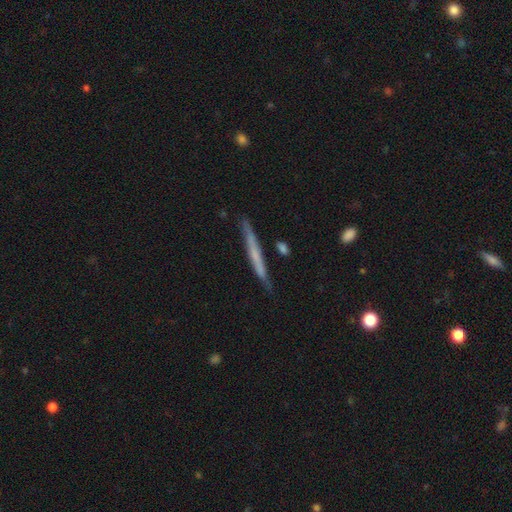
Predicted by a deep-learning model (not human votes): Q: Smooth or featured?
A: featured or disk (49%); runner-up: smooth (44%)
Q: Merging?
A: none (83%); runner-up: minor disturbance (12%)